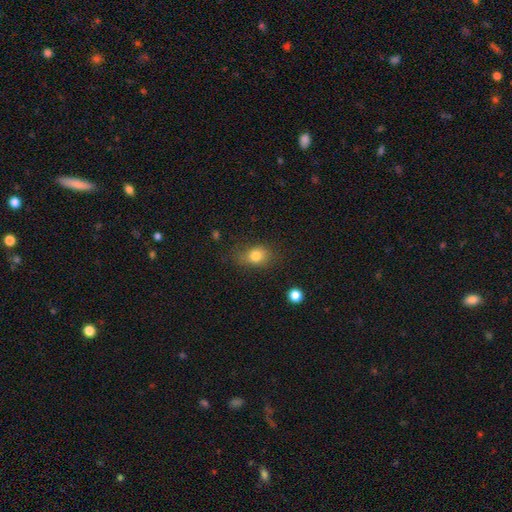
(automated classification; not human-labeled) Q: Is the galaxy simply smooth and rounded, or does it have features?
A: smooth — 80%.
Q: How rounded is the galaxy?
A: in between — 61%.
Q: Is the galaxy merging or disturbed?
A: none — 69%.